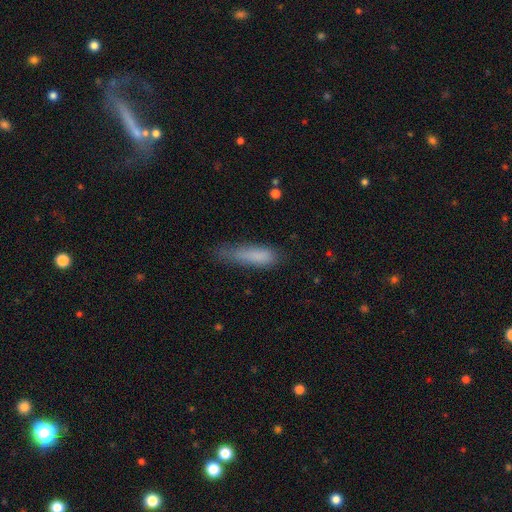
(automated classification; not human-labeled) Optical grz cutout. It shows a smooth galaxy with no disk features (80%) that is cigar-shaped (72%). Merging: none (50%).